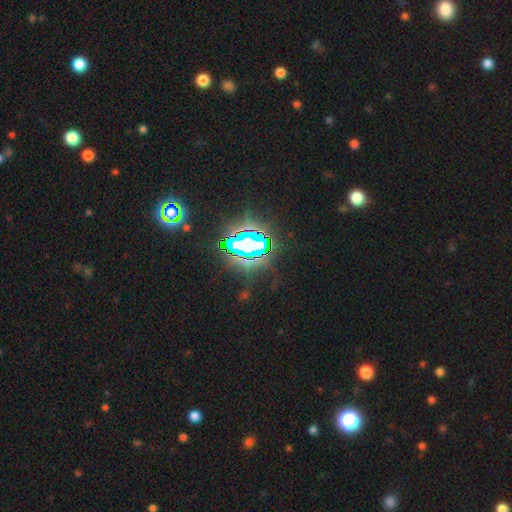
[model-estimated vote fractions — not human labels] smooth-or-featured: star or artifact: 76% | featured or disk: 12% | smooth: 12%